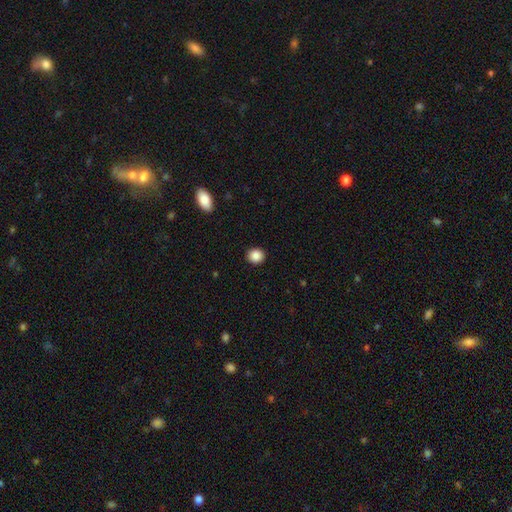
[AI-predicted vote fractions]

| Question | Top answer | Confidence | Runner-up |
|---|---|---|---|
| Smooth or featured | smooth | 88% | star or artifact (9%) |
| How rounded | round | 84% | in between (15%) |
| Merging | none | 92% | minor disturbance (6%) |